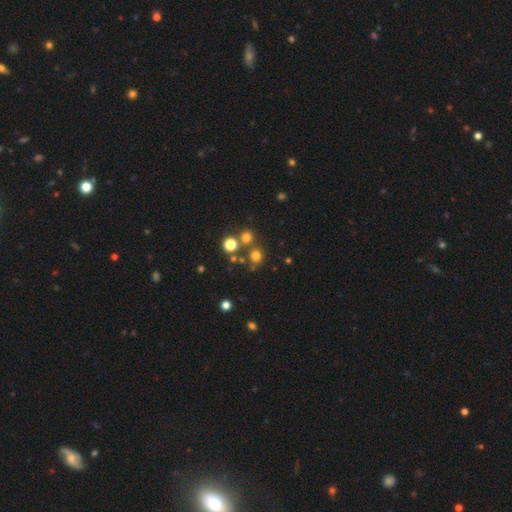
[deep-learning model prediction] The model was most divided on "smooth or featured": smooth: 71%, star or artifact: 21%, featured or disk: 7%. More confident: how rounded — round (85%); merging — none (69%).